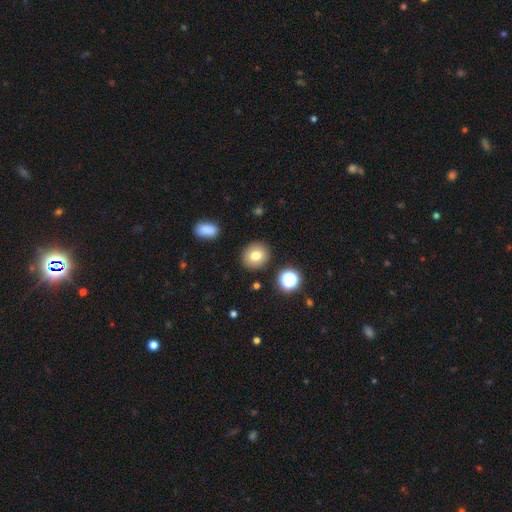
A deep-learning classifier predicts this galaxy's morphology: Smooth or featured? smooth (79%)
How rounded? round (79%)
Merging? none (88%)